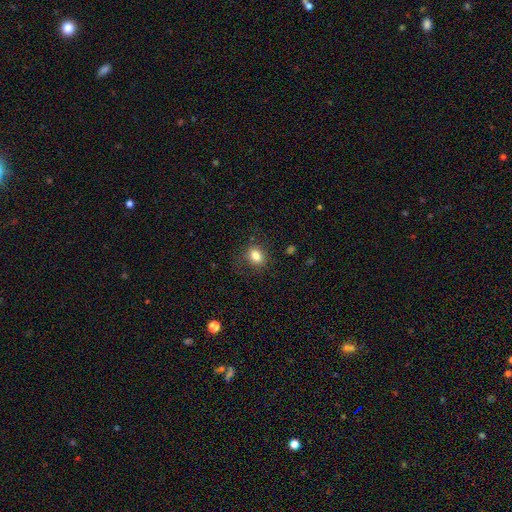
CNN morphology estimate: Smooth or featured? Predicted: smooth (p=0.82). How rounded? Predicted: in between (p=0.54). Merging? Predicted: none (p=0.79).